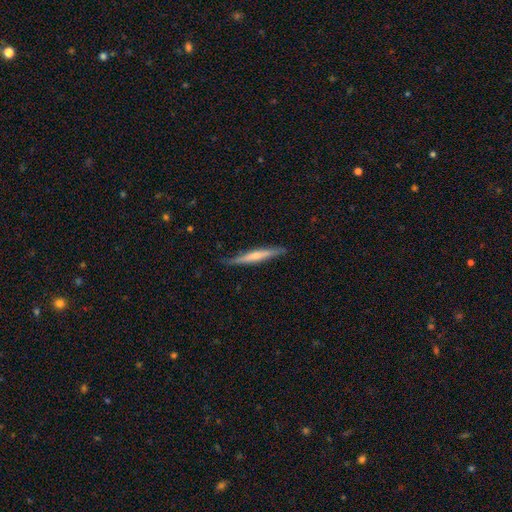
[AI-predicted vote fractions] featured or disk 52%, smooth 43%, star or artifact 5%. Down the decision tree: edge-on disk — yes (94%); merging — none (81%).